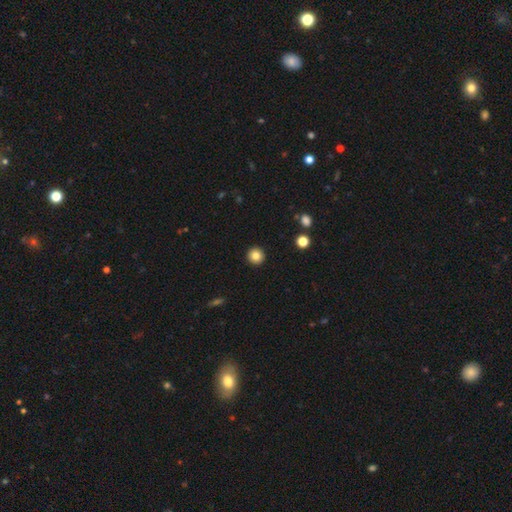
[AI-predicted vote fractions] Smooth or featured: smooth — 83% (star or artifact — 10%)
How rounded: round — 95% (in between — 4%)
Merging: none — 93% (minor disturbance — 4%)